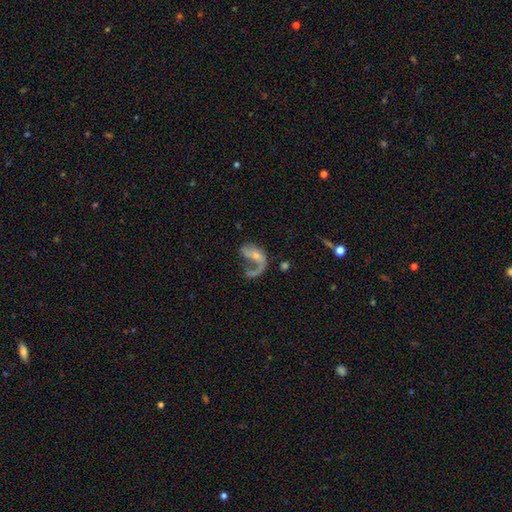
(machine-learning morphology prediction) smooth-or-featured: featured or disk: 72% | smooth: 19% | star or artifact: 10%
  disk-edge-on: no: 96% | yes: 4%
    bar: no: 65% | weak: 26% | strong: 9%
    has-spiral-arms: yes: 75% | no: 25%
      spiral-winding: loose: 69% | medium: 22% | tight: 9%
      spiral-arm-count: 1: 73% | 2: 18% | can't tell: 6% | 3: 1% | 4: 1% | more than 4: 1%
    bulge-size: small: 59% | moderate: 28% | none: 9% | large: 2% | dominant: 1%
  merging: major disturbance: 45% | none: 28% | minor disturbance: 14% | merger: 13%